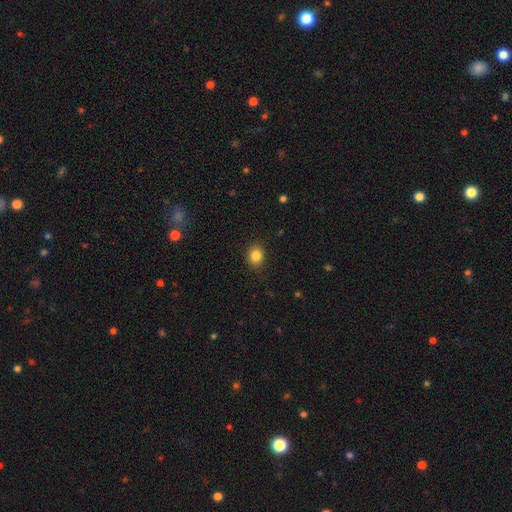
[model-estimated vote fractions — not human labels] smooth 84%, star or artifact 11%, featured or disk 5%. Down the decision tree: how rounded — round (70%); merging — none (88%).